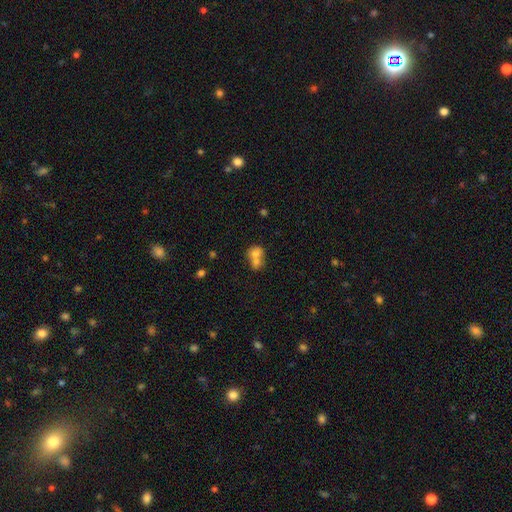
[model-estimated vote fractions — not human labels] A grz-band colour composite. It shows a smooth galaxy with no disk features (71%) that is round (59%). Merging: merger (68%).